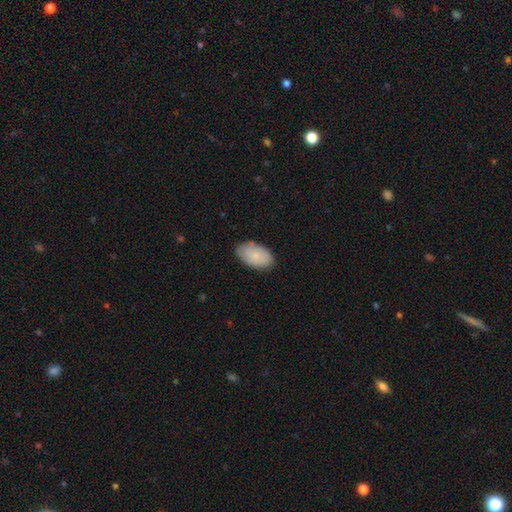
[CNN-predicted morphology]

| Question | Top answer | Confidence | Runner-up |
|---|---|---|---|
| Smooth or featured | smooth | 83% | featured or disk (11%) |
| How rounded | in between | 94% | round (5%) |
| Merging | none | 82% | minor disturbance (14%) |